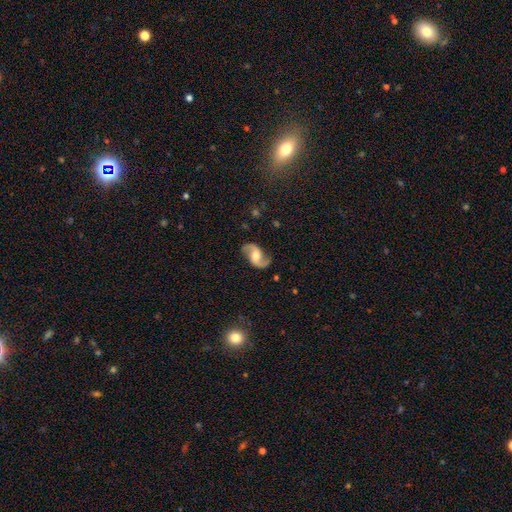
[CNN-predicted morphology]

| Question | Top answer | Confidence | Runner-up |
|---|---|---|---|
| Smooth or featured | featured or disk | 87% | smooth (8%) |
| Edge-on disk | no | 97% | yes (3%) |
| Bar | weak | 43% | no (42%) |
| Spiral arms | yes | 96% | no (4%) |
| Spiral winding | loose | 63% | medium (30%) |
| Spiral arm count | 2 | 94% | can't tell (2%) |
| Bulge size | moderate | 64% | small (18%) |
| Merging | none | 82% | minor disturbance (12%) |